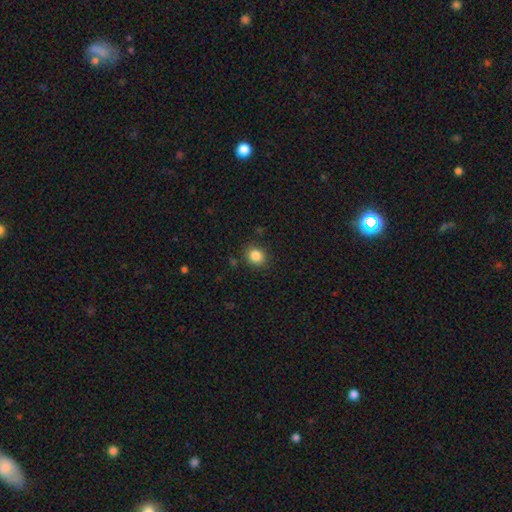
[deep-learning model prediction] Smooth or featured? smooth (85%)
How rounded? round (70%)
Merging? none (85%)